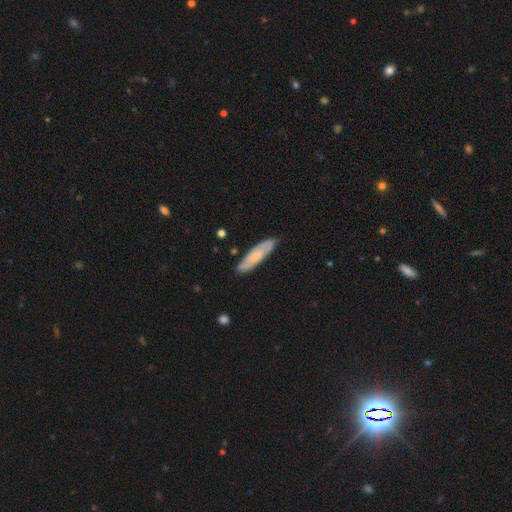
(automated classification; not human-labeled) This appears to be a smooth galaxy with no disk features (60%) that is cigar-shaped (71%). Merging: none (83%).